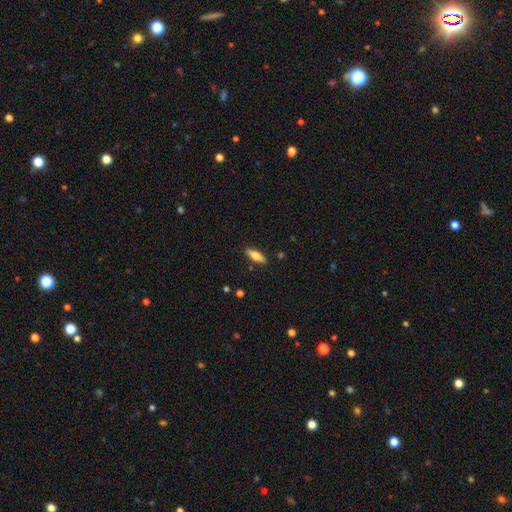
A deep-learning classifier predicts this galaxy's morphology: Smooth or featured?
  - smooth: 67% *
  - featured or disk: 26%
  - star or artifact: 6%
How rounded?
  - in between: 55% *
  - cigar-shaped: 43%
  - round: 2%
Merging?
  - none: 88% *
  - minor disturbance: 9%
  - major disturbance: 2%
  - merger: 1%